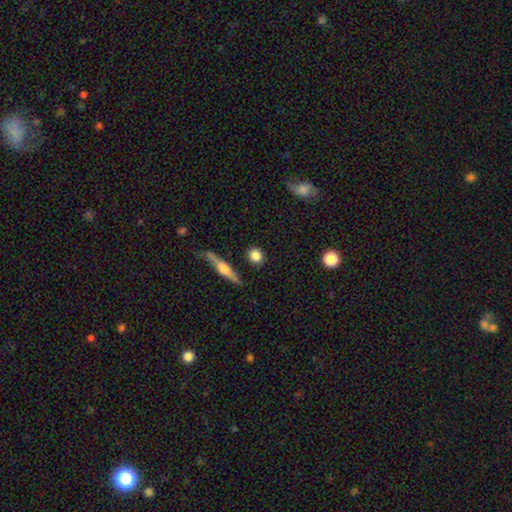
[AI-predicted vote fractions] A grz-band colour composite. It shows a smooth galaxy with no disk features (82%) that is round (82%). Merging: none (87%).